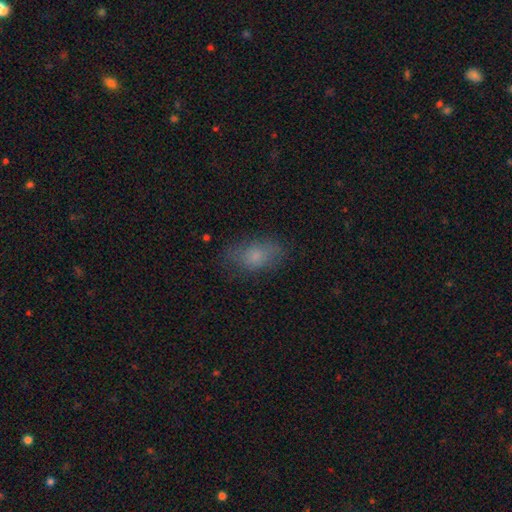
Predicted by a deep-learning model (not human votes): smooth-or-featured: smooth: 72% | featured or disk: 17% | star or artifact: 10%
  how-rounded: in between: 85% | round: 11% | cigar-shaped: 4%
  merging: none: 71% | minor disturbance: 20% | major disturbance: 8% | merger: 1%